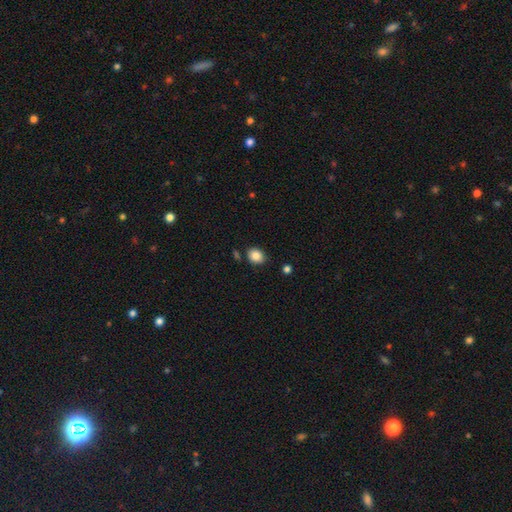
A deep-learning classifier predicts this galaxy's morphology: Smooth or featured? Predicted: smooth (p=0.86). How rounded? Predicted: round (p=0.57). Merging? Predicted: none (p=0.83).